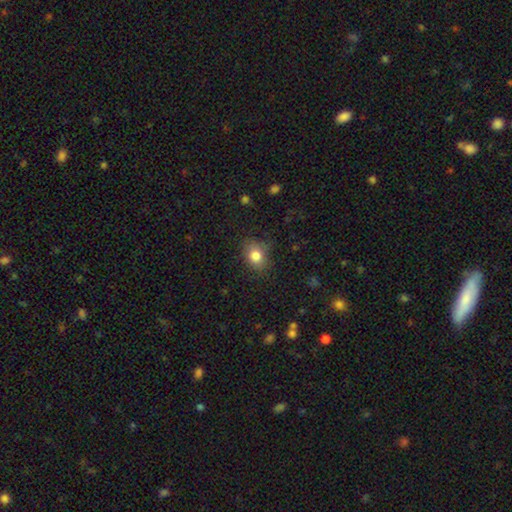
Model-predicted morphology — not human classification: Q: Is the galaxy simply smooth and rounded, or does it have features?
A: smooth — 82%.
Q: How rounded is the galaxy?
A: in between — 54%.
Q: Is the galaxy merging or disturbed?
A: none — 74%.